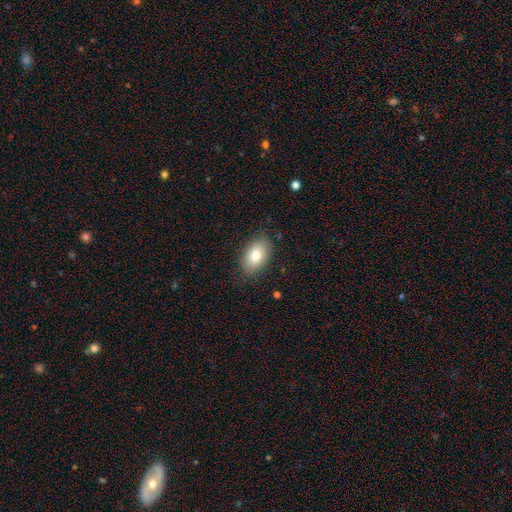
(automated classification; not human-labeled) This is likely a smooth galaxy (78%). How rounded: clearly in between (90%). Merging: clearly none (84%).